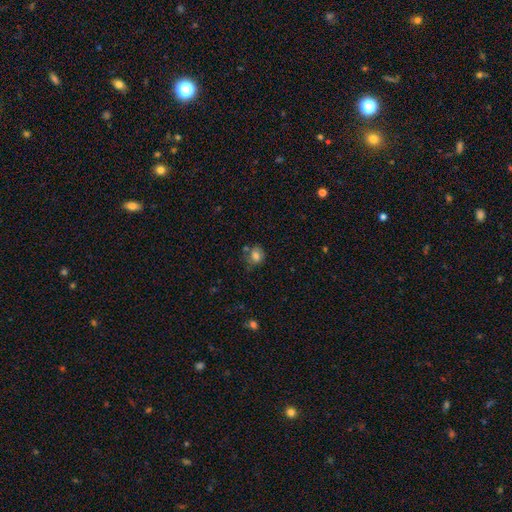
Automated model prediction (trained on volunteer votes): Q: Smooth or featured?
A: smooth (73%); runner-up: featured or disk (15%)
Q: How rounded?
A: round (64%); runner-up: in between (35%)
Q: Merging?
A: none (53%); runner-up: minor disturbance (25%)